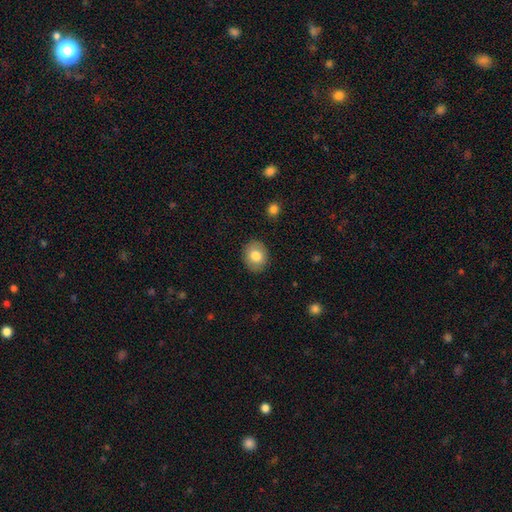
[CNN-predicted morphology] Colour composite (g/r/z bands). It shows a smooth galaxy with no disk features (80%) that is round (52%). Merging: none (89%).